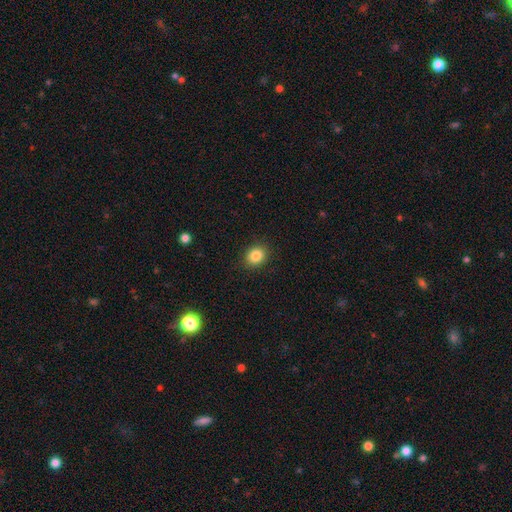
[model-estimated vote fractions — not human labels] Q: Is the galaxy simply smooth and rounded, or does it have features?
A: smooth — 85%.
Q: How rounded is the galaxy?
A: round — 65%.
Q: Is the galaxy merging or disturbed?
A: none — 89%.